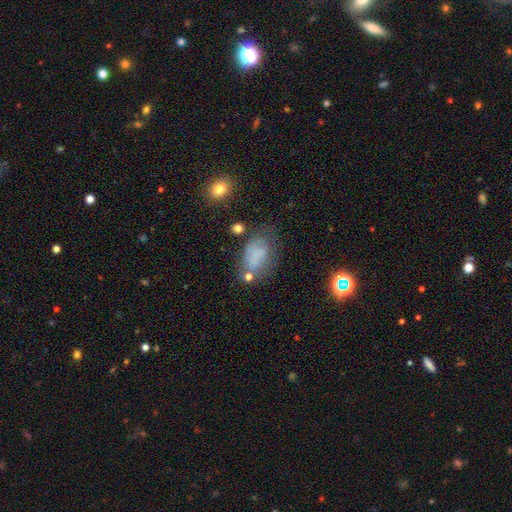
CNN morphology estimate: Smooth or featured? Predicted: smooth (p=0.58). How rounded? Predicted: in between (p=0.86). Merging? Predicted: none (p=0.42).